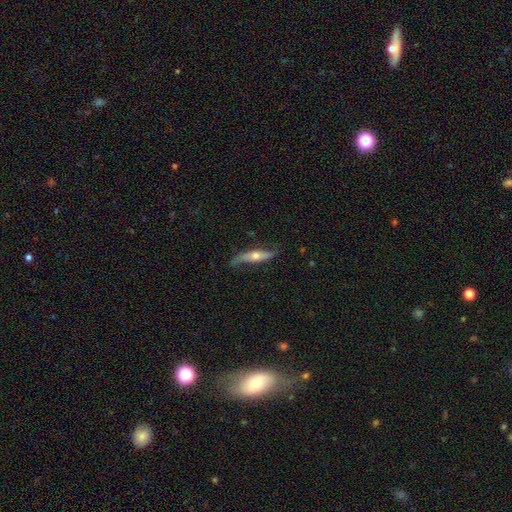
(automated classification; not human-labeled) The model was most divided on "smooth or featured": featured or disk: 61%, smooth: 34%, star or artifact: 5%. More confident: merging — none (67%); edge-on disk — yes (64%).